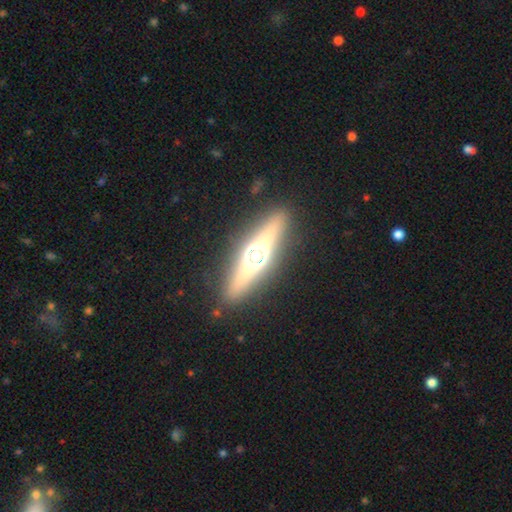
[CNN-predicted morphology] featured or disk 71%, smooth 21%, star or artifact 8%. Down the decision tree: edge-on disk — yes (95%); edge-on bulge — rounded (93%); merging — none (88%).